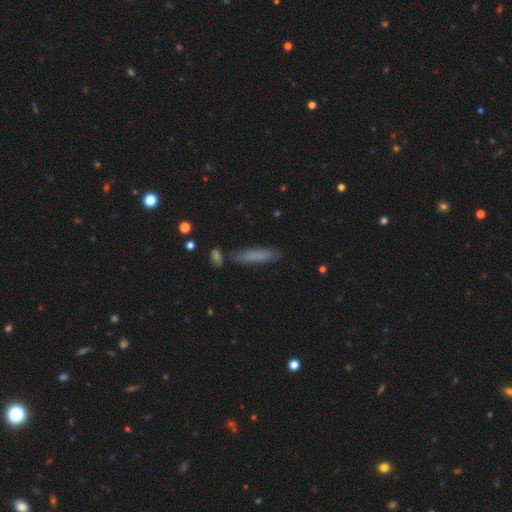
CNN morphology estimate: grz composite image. It shows a smooth galaxy with no disk features (77%) that is cigar-shaped (80%). Merging: none (79%).